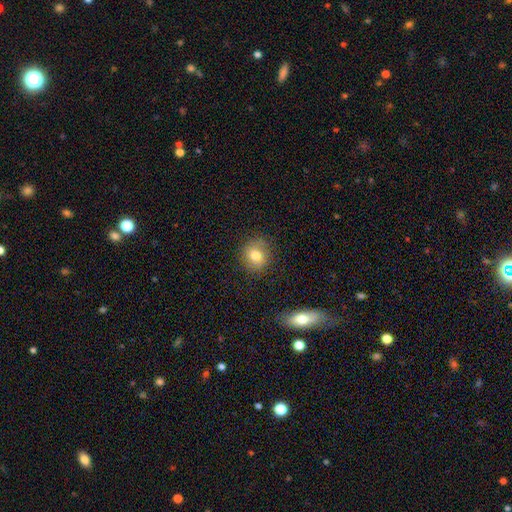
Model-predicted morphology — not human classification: This is likely a smooth galaxy (78%). How rounded: likely round (77%). Merging: clearly none (84%).